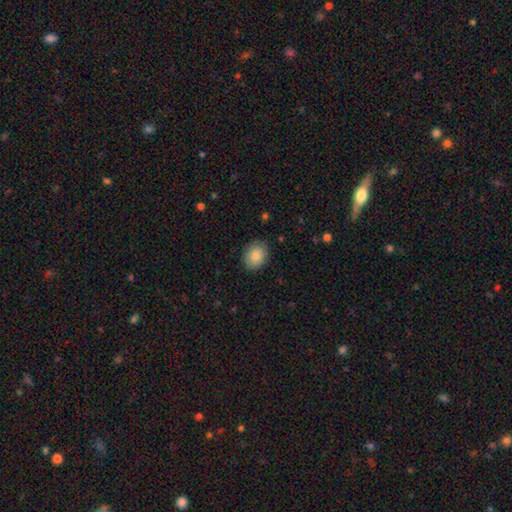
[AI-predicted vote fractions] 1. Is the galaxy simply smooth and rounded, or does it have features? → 84% smooth, 9% featured or disk, 7% star or artifact.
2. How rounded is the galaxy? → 55% in between, 45% round, 1% cigar-shaped.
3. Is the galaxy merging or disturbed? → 85% none, 11% minor disturbance, 3% major disturbance, 1% merger.